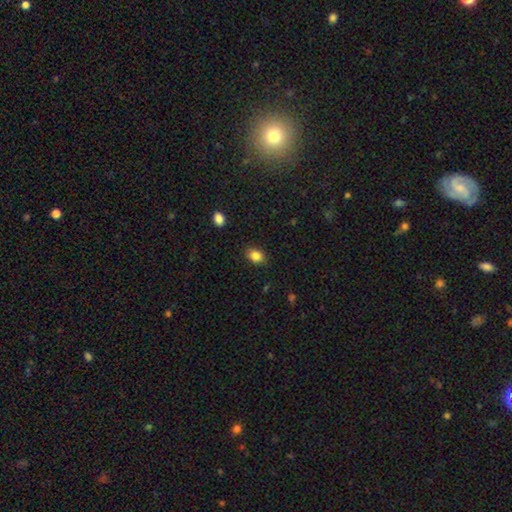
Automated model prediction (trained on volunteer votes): A smooth galaxy with no disk features (84%) that is in between round and cigar-shaped (72%).

Vote fractions:
- Smooth or featured? smooth: 84% / star or artifact: 10% / featured or disk: 6%
- How rounded? in between: 72% / round: 27% / cigar-shaped: 1%
- Merging? none: 86% / minor disturbance: 11% / major disturbance: 3% / merger: 1%